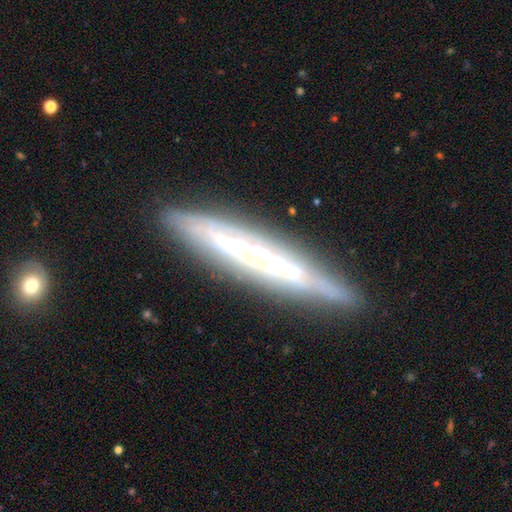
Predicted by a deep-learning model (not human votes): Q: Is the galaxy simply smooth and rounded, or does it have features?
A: featured or disk — 74%.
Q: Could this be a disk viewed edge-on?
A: yes — 86%.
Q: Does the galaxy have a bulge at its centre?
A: none — 66%.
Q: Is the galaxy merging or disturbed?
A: none — 81%.